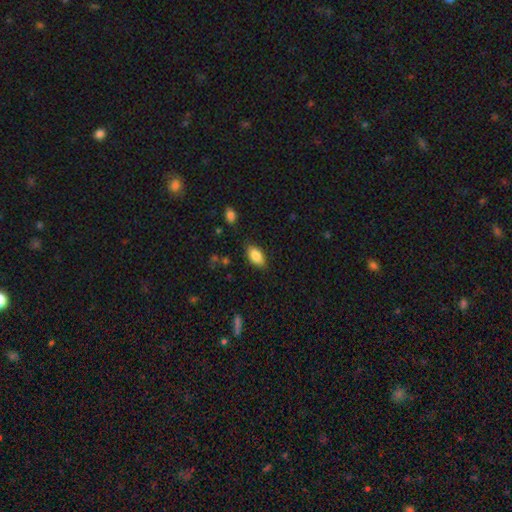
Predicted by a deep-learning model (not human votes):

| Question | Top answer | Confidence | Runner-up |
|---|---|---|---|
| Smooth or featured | smooth | 86% | star or artifact (7%) |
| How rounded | in between | 92% | round (4%) |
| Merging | none | 82% | minor disturbance (13%) |